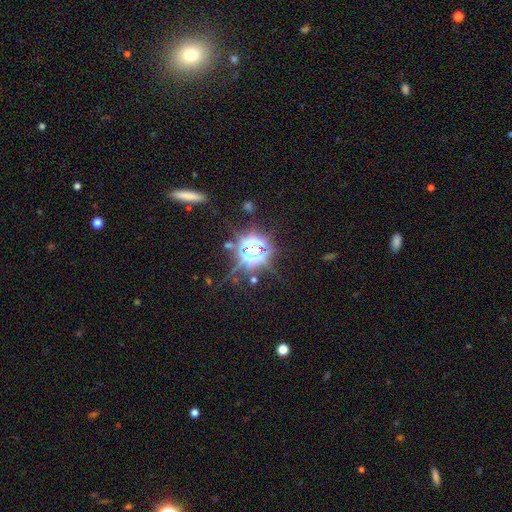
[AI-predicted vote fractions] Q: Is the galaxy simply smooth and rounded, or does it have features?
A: star or artifact — 77%.